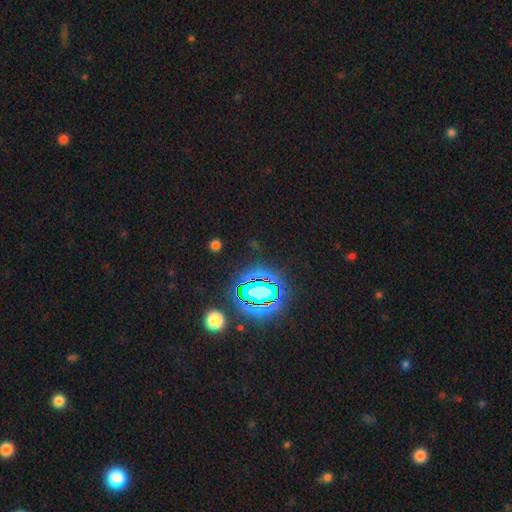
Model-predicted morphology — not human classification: star or artifact 79%, smooth 13%, featured or disk 8%.